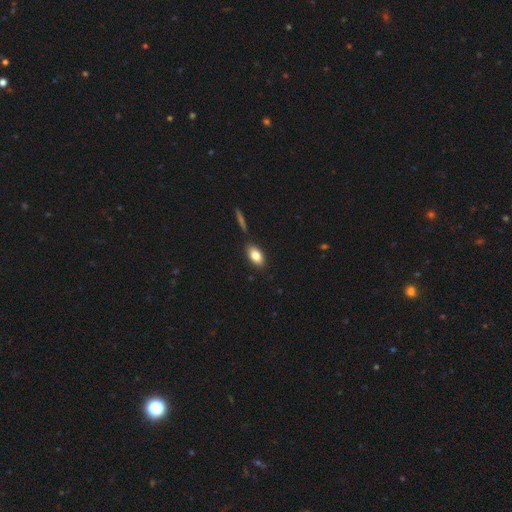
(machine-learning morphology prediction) Smooth or featured? Predicted: smooth (p=0.82). How rounded? Predicted: in between (p=0.89). Merging? Predicted: none (p=0.84).